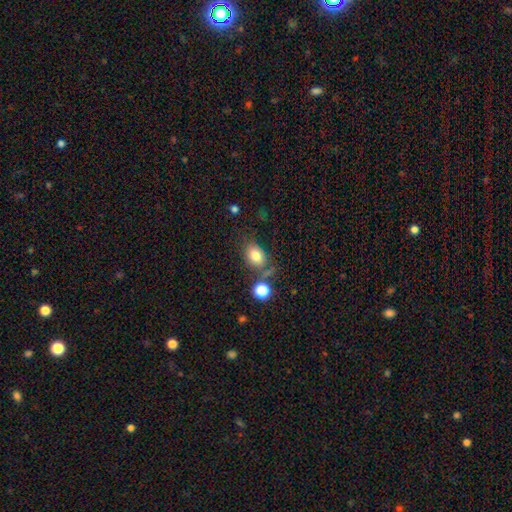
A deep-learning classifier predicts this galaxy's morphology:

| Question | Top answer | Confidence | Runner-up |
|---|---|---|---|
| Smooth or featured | smooth | 78% | star or artifact (11%) |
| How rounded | in between | 74% | round (25%) |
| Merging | none | 63% | minor disturbance (17%) |